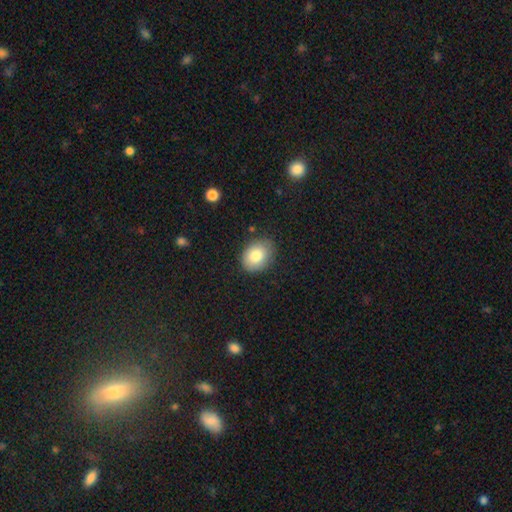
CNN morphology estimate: This is clearly a smooth galaxy (81%). How rounded: likely in between (63%). Merging: clearly none (83%).